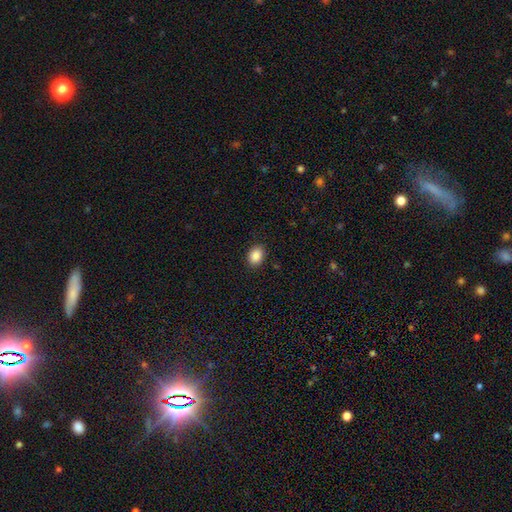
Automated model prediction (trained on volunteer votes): Morphology: type=smooth (88%); roundness=in between (64%); merging=none (90%).